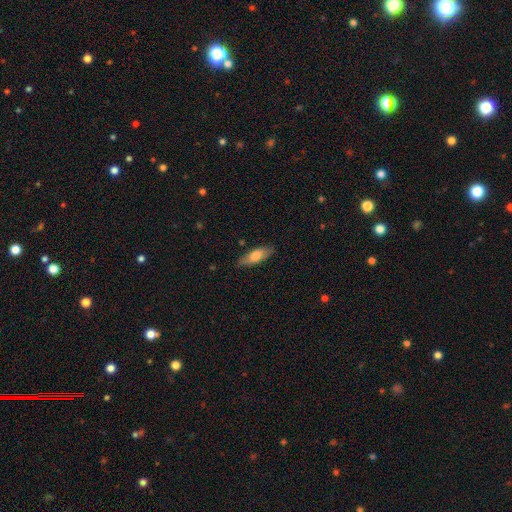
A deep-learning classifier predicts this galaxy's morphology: Smooth or featured: smooth — 69% (featured or disk — 25%)
How rounded: in between — 56% (cigar-shaped — 42%)
Merging: none — 82% (minor disturbance — 14%)